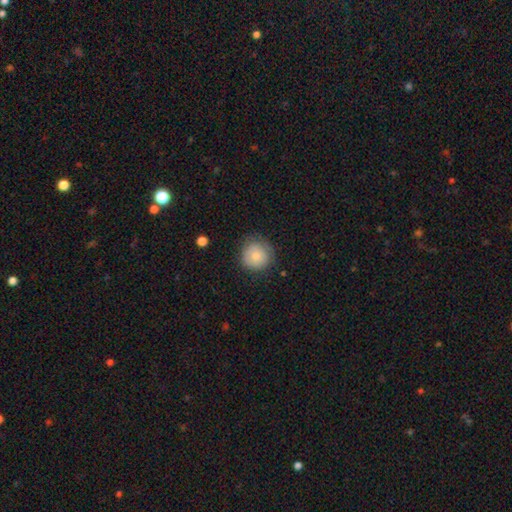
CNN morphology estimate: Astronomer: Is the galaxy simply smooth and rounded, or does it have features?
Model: smooth — 74%.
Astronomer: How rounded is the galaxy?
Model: round — 93%.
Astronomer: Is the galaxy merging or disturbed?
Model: none — 75%.